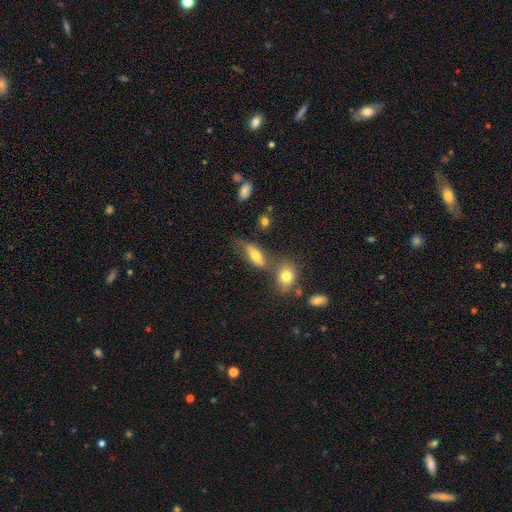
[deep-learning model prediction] smooth 68%, featured or disk 22%, star or artifact 9%. Down the decision tree: how rounded — in between (75%); merging — none (48%).